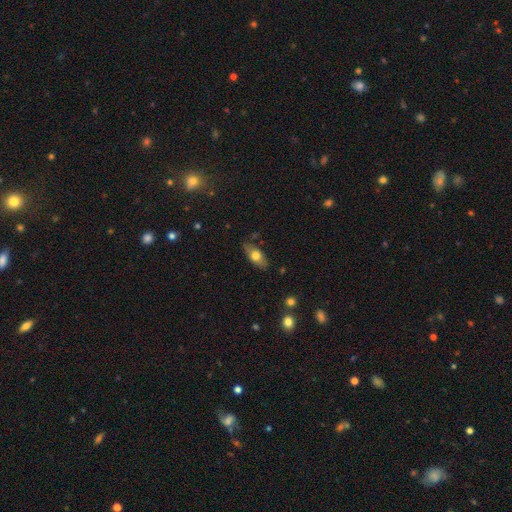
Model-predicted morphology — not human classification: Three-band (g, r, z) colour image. It shows a smooth galaxy with no disk features (64%) that is in between round and cigar-shaped (81%). Merging: none (80%).